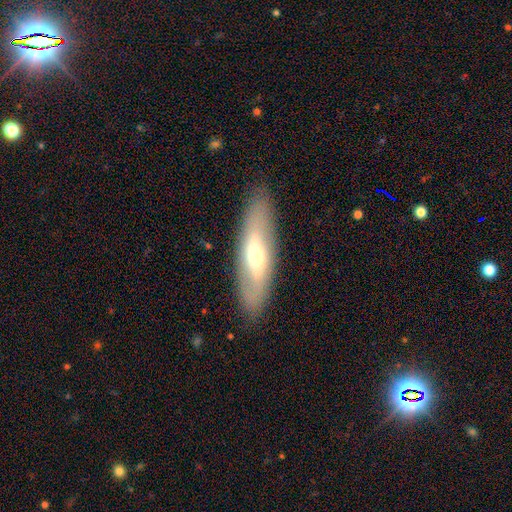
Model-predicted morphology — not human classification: Overall: featured or disk (51%; smooth 42%). Edge-on disk: no (63%; yes 37%). Merging: none (87%).